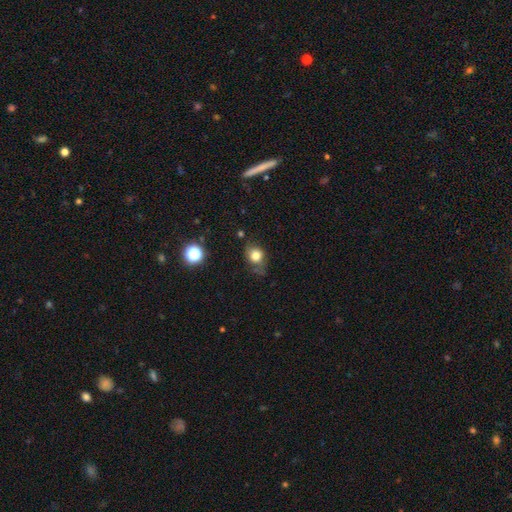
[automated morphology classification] This is likely a smooth galaxy (78%). How rounded: likely round (61%). Merging: likely none (61%).